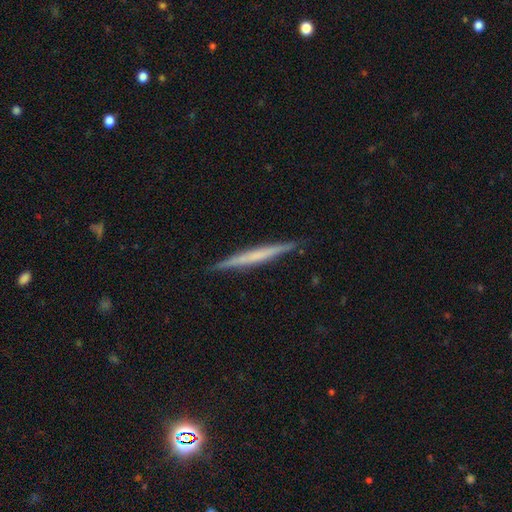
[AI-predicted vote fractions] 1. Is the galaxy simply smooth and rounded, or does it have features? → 53% featured or disk, 41% smooth, 5% star or artifact.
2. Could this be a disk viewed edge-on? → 98% yes, 2% no.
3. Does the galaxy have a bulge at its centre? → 78% none, 14% rounded, 8% boxy.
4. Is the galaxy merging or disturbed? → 91% none, 7% minor disturbance, 1% major disturbance, 1% merger.